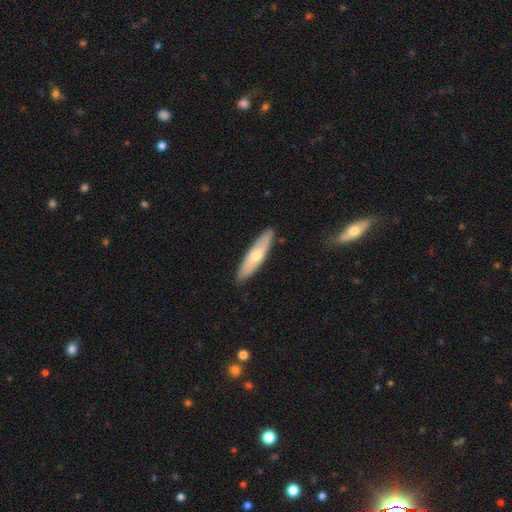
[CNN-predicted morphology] Overall: smooth (55%; featured or disk 40%). How rounded: cigar-shaped (71%). Merging: none (87%).